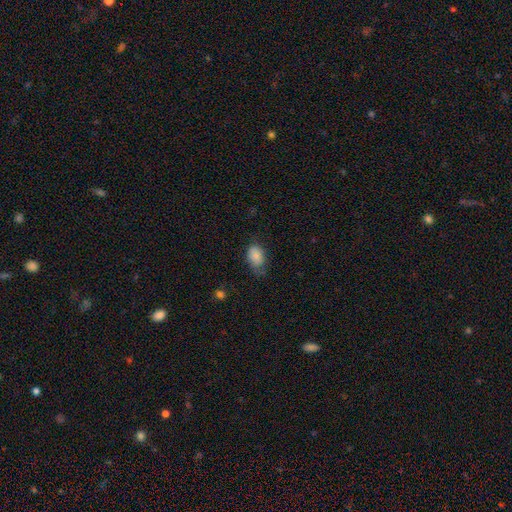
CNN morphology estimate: Smooth or featured?
  - smooth: 81% *
  - featured or disk: 11%
  - star or artifact: 8%
How rounded?
  - in between: 86% *
  - round: 12%
  - cigar-shaped: 1%
Merging?
  - none: 53% *
  - minor disturbance: 34%
  - major disturbance: 11%
  - merger: 2%